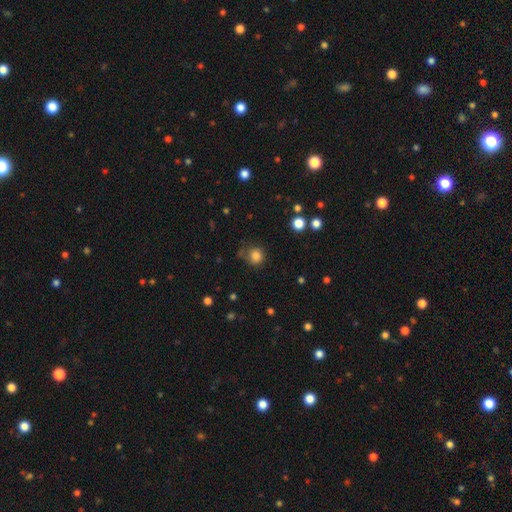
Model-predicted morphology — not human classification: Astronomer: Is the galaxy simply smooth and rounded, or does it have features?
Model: smooth — 83%.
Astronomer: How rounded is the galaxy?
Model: round — 88%.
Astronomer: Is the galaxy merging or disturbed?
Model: none — 72%.